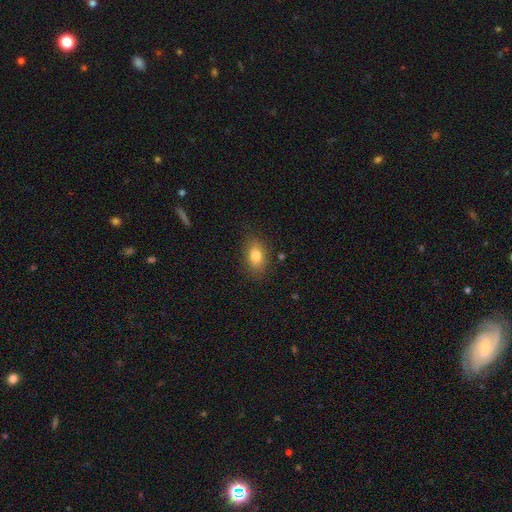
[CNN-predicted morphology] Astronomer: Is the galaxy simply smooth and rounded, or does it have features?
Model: smooth — 79%.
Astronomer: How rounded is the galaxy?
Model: in between — 82%.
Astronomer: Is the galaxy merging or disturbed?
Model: none — 82%.